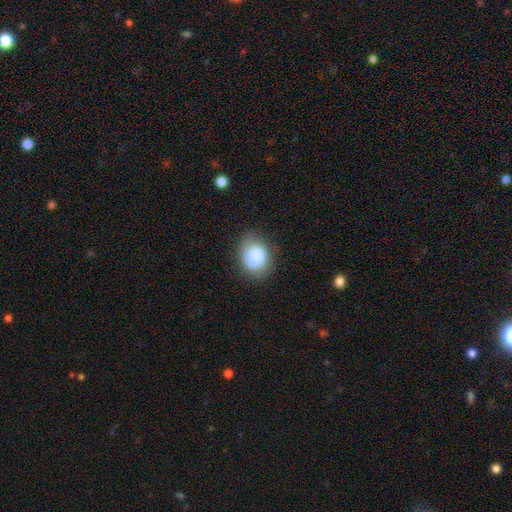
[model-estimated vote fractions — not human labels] Smooth or featured?
  - smooth: 62% *
  - featured or disk: 31%
  - star or artifact: 7%
How rounded?
  - in between: 52% *
  - round: 47%
  - cigar-shaped: 1%
Merging?
  - none: 64% *
  - minor disturbance: 21%
  - major disturbance: 12%
  - merger: 3%